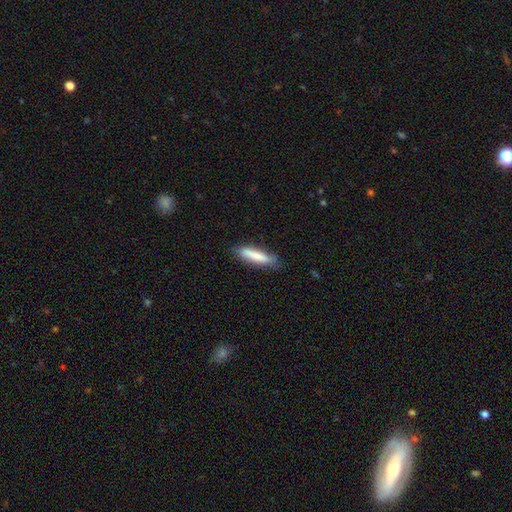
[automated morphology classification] smooth 80%, featured or disk 14%, star or artifact 6%. Down the decision tree: how rounded — cigar-shaped (77%); merging — none (77%).